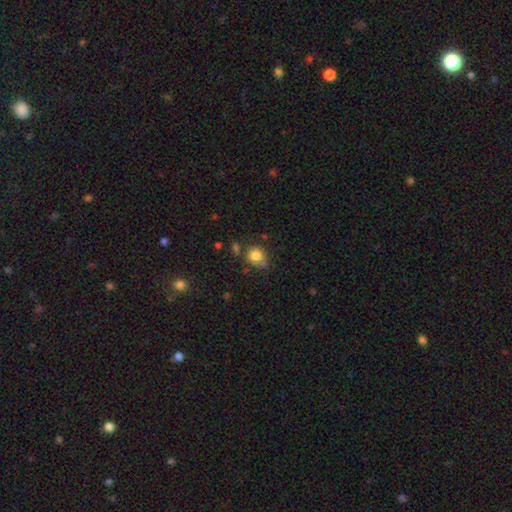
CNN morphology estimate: Smooth or featured? smooth (82%)
How rounded? round (70%)
Merging? none (59%)